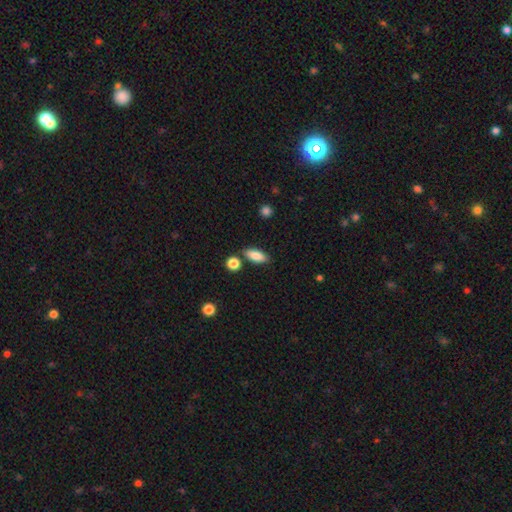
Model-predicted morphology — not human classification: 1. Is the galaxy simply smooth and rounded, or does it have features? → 81% smooth, 11% featured or disk, 7% star or artifact.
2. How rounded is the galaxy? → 78% in between, 17% cigar-shaped, 4% round.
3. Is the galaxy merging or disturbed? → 80% none, 11% minor disturbance, 6% merger, 2% major disturbance.